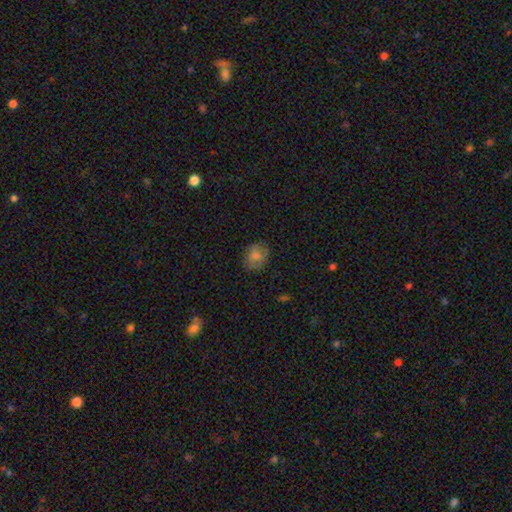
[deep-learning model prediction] This appears to be a smooth galaxy with no disk features (71%) that is in between round and cigar-shaped (50%). Merging: none (80%).